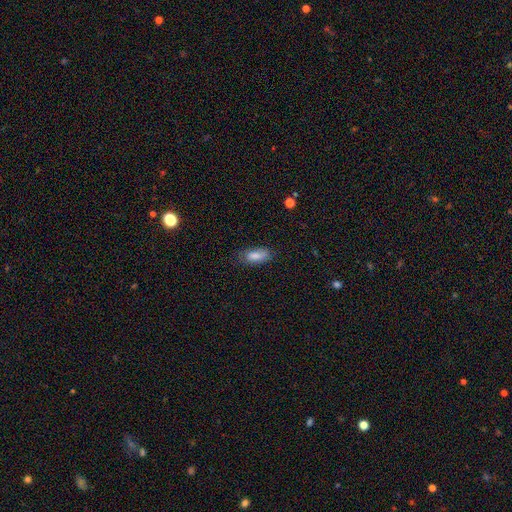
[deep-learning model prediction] smooth-or-featured: smooth: 83% | featured or disk: 10% | star or artifact: 7%
  how-rounded: in between: 84% | cigar-shaped: 13% | round: 3%
  merging: none: 72% | minor disturbance: 21% | major disturbance: 5% | merger: 1%